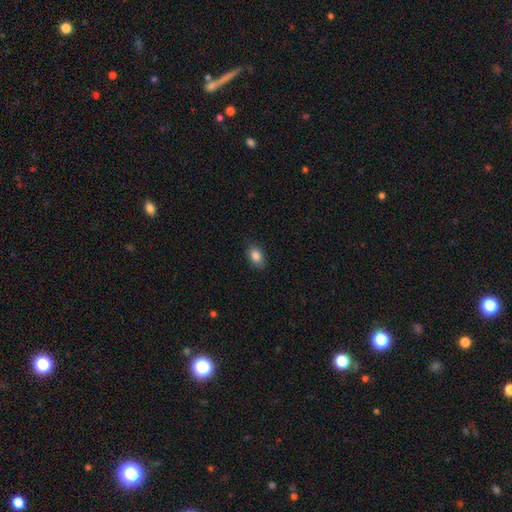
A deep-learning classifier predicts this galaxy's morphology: A smooth galaxy with no disk features (85%) that is in between round and cigar-shaped (84%). Merging: none (84%).